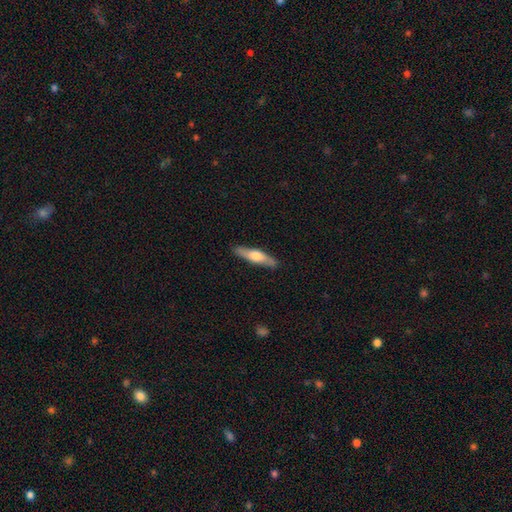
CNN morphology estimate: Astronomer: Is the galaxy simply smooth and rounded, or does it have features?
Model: smooth — 50% (runner-up: featured or disk, 45%).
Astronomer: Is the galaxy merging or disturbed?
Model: none — 87%.